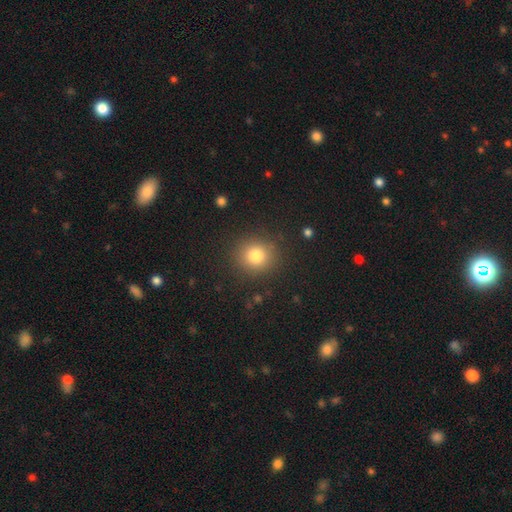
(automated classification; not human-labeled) A smooth galaxy with no disk features (80%) that is round (87%).

Vote fractions:
- Smooth or featured? smooth: 80% / star or artifact: 13% / featured or disk: 8%
- How rounded? round: 87% / in between: 12% / cigar-shaped: 1%
- Merging? none: 88% / minor disturbance: 7% / major disturbance: 3% / merger: 1%